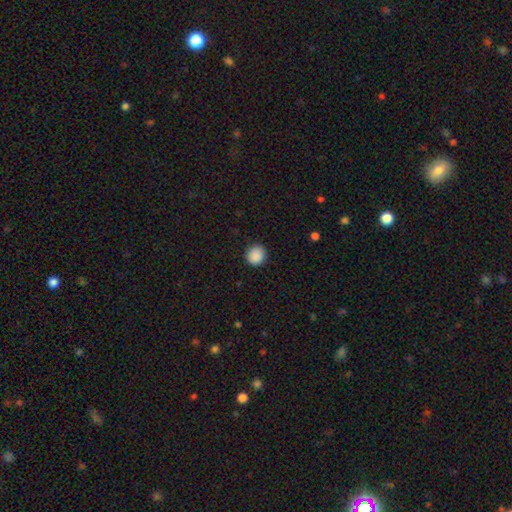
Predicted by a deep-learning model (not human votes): Smooth or featured: smooth — 89% (star or artifact — 9%)
How rounded: round — 89% (in between — 11%)
Merging: none — 91% (minor disturbance — 6%)